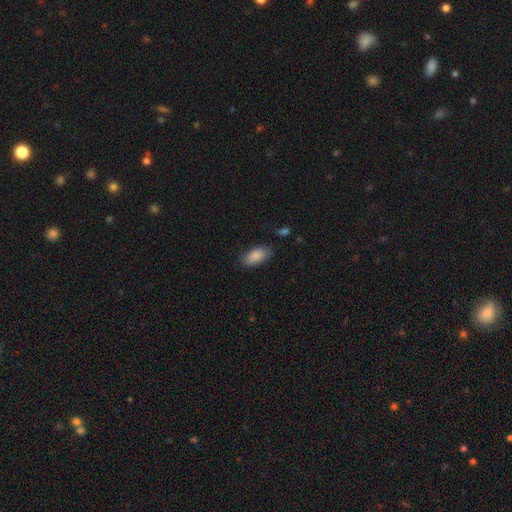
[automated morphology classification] Overall: smooth (86%). How rounded: in between (92%). Merging: none (78%).